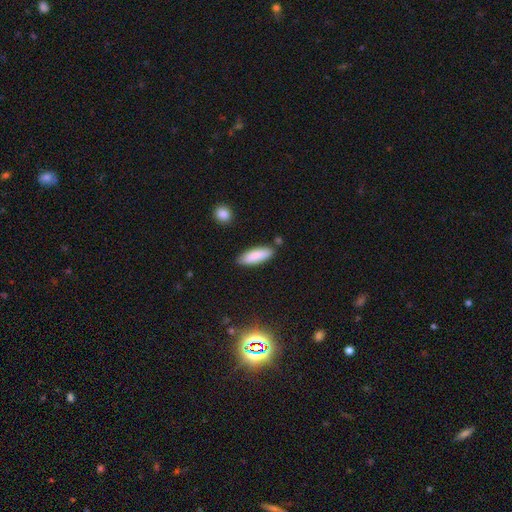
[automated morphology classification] smooth 87%, featured or disk 7%, star or artifact 6%. Down the decision tree: how rounded — in between (59%); merging — none (83%).